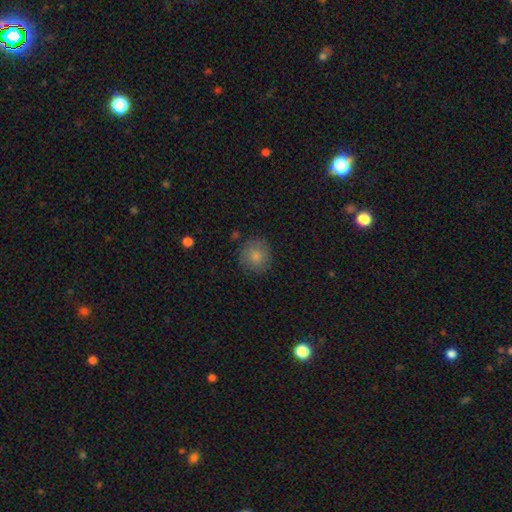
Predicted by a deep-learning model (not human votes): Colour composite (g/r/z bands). It shows a smooth galaxy with no disk features (80%) that is round (91%). Merging: none (82%).